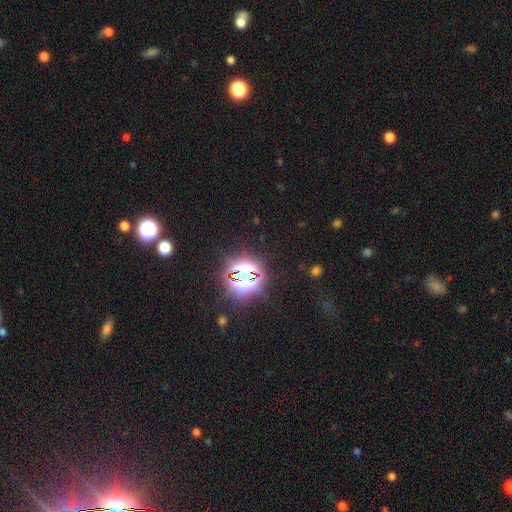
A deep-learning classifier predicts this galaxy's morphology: smooth_or_featured: star or artifact (p=0.81) [alt: smooth p=0.13]